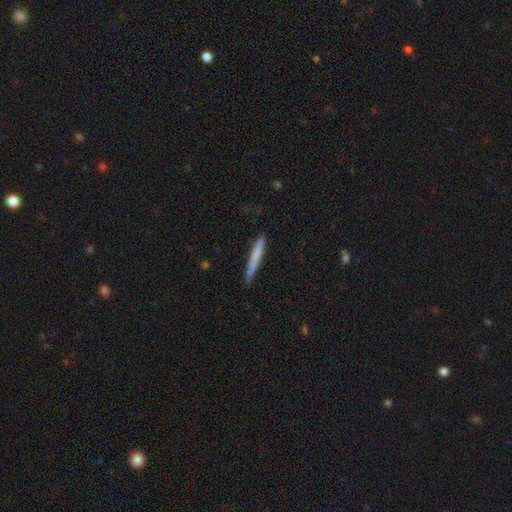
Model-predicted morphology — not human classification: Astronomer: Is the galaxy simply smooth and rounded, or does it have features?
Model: smooth — 70%.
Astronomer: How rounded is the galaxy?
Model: cigar-shaped — 96%.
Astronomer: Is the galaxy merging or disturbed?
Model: none — 79%.